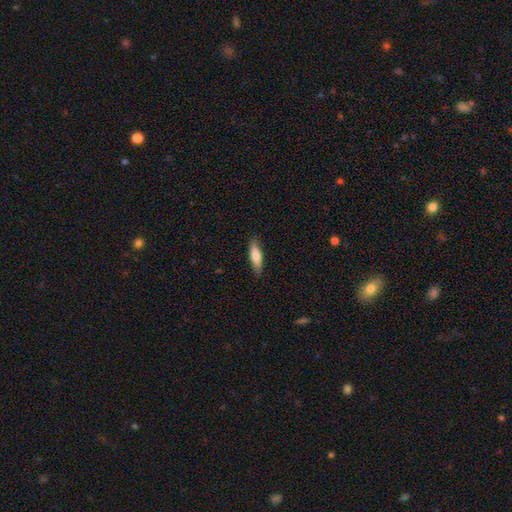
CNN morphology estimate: This is likely a smooth galaxy (72%). How rounded: possibly cigar-shaped (59%). Merging: clearly none (84%).